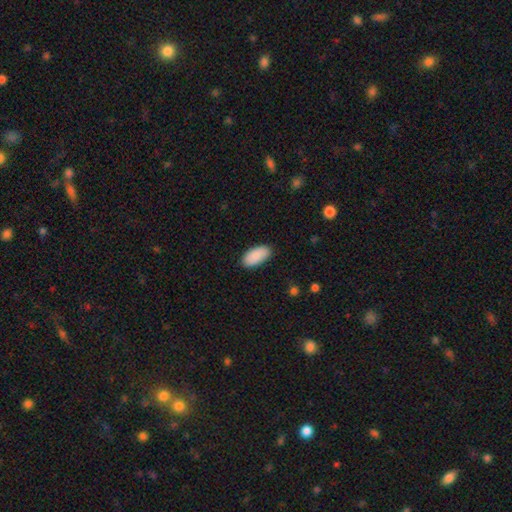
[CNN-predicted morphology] This is clearly a smooth galaxy (90%). How rounded: clearly in between (94%). Merging: clearly none (88%).